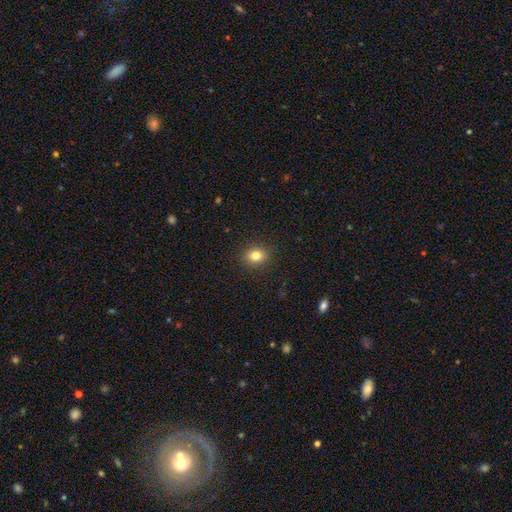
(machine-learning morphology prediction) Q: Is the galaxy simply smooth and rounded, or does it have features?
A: smooth — 81%.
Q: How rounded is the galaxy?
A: round — 67%.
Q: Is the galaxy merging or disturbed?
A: none — 91%.